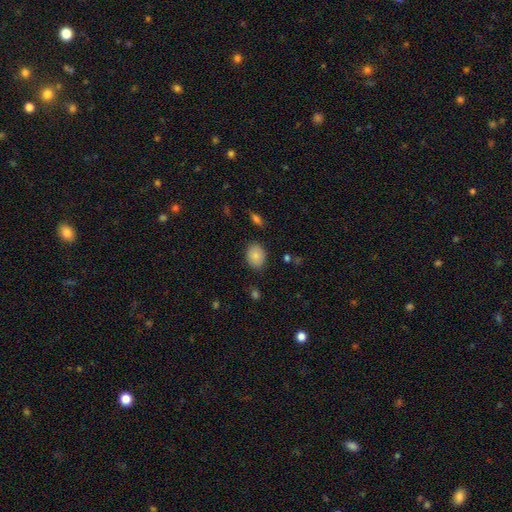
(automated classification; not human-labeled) Smooth or featured? smooth (83%)
How rounded? in between (62%)
Merging? none (84%)